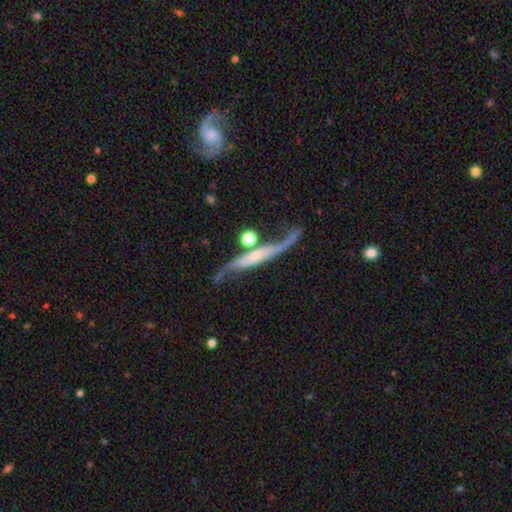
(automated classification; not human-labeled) This is clearly a featured or disk galaxy (82%). It is likely not viewed edge-on (64%). Bar: possibly no (47%). Spiral arm pattern: clearly yes (94%). Central bulge: possibly small (49%). Merging: possibly none (53%).